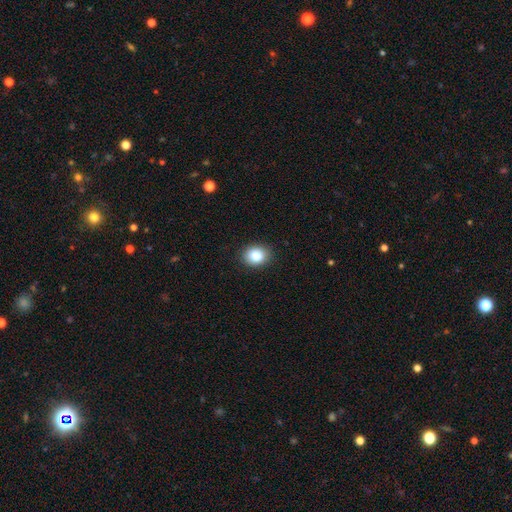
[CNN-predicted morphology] This is clearly a smooth galaxy (84%). How rounded: possibly round (56%). Merging: clearly none (90%).